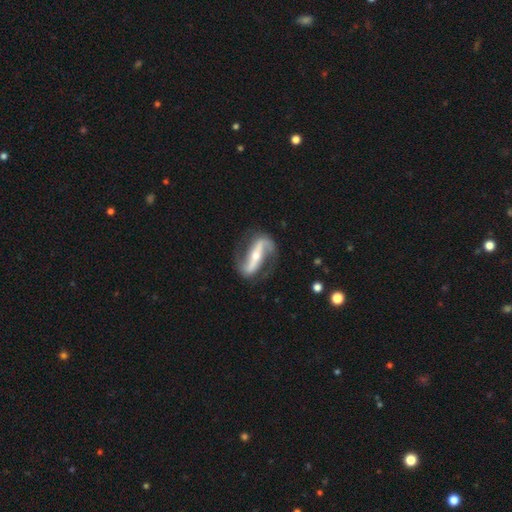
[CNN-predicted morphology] Smooth or featured?
  - featured or disk: 86% *
  - smooth: 10%
  - star or artifact: 4%
Edge-on disk?
  - no: 86% *
  - yes: 14%
Bar?
  - strong: 72% *
  - no: 14%
  - weak: 14%
Spiral arms?
  - yes: 91% *
  - no: 9%
Spiral winding?
  - loose: 53% *
  - medium: 31%
  - tight: 15%
Spiral arm count?
  - 2: 90% *
  - 1: 4%
  - can't tell: 3%
  - 3: 1%
  - 4: 1%
  - more than 4: 1%
Bulge size?
  - small: 49% *
  - moderate: 44%
  - large: 4%
  - none: 2%
  - dominant: 1%
Merging?
  - none: 77% *
  - minor disturbance: 14%
  - major disturbance: 8%
  - merger: 2%